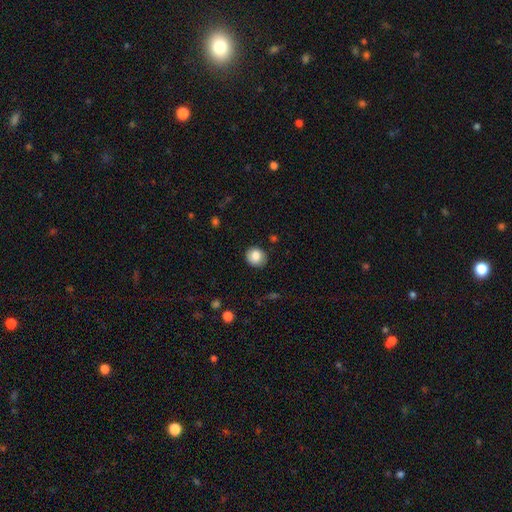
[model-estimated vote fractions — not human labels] A smooth galaxy with no disk features (83%) that is round (77%). Merging: none (85%).